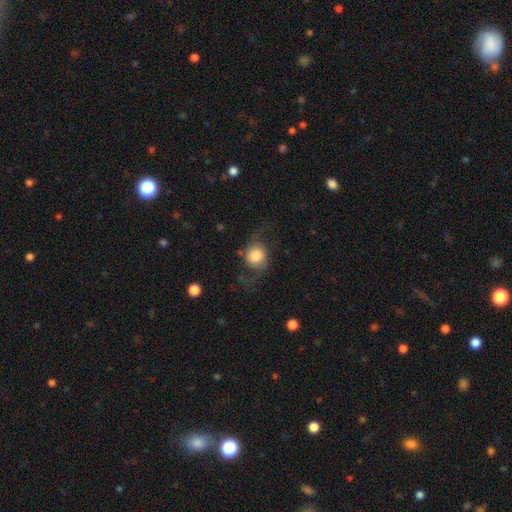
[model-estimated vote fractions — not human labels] This is possibly a smooth galaxy (47%). Merging: possibly none (59%).